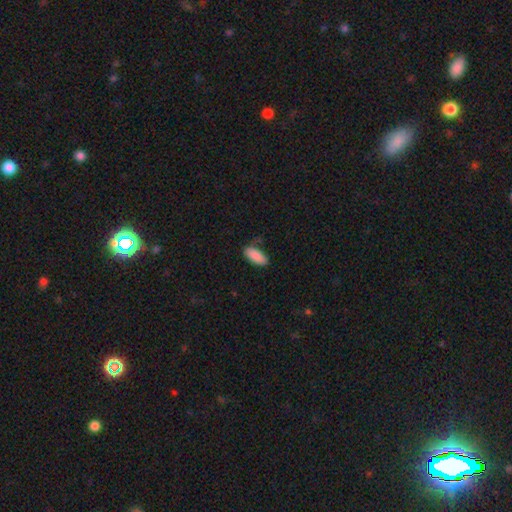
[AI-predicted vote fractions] Smooth or featured?
  - smooth: 89% *
  - star or artifact: 7%
  - featured or disk: 4%
How rounded?
  - in between: 84% *
  - cigar-shaped: 14%
  - round: 2%
Merging?
  - none: 74% *
  - minor disturbance: 19%
  - major disturbance: 4%
  - merger: 3%